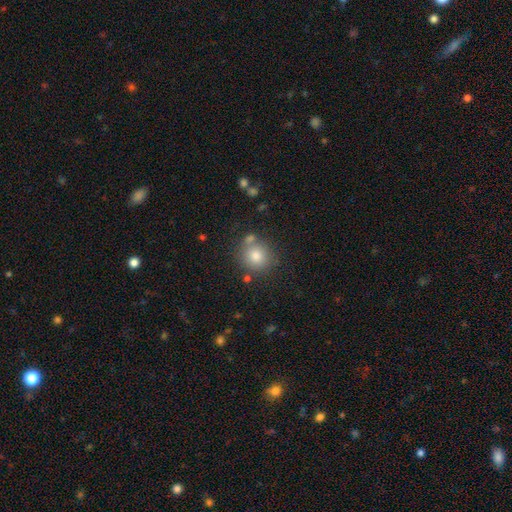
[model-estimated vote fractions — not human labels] Smooth or featured: smooth — 80% (star or artifact — 11%)
How rounded: round — 88% (in between — 11%)
Merging: none — 73% (minor disturbance — 12%)